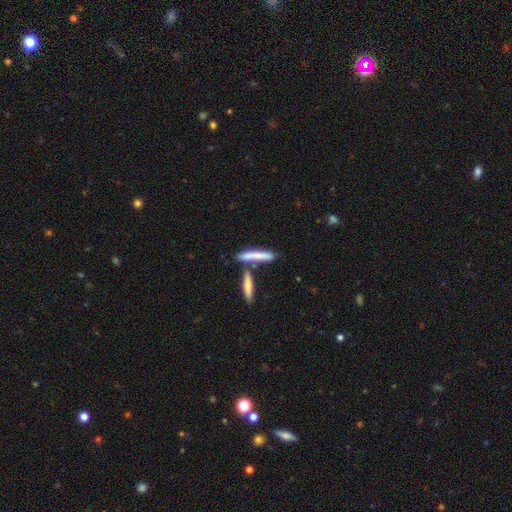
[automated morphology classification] This appears to be a smooth galaxy with no disk features (70%) that is cigar-shaped (87%). Merging: none (61%).